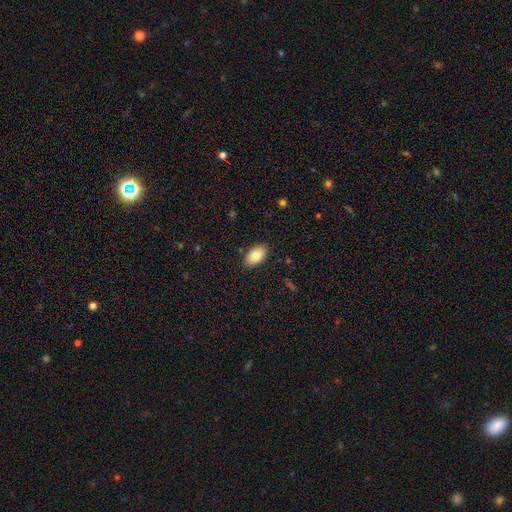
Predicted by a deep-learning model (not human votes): This is likely a smooth galaxy (79%). How rounded: clearly in between (94%). Merging: clearly none (87%).